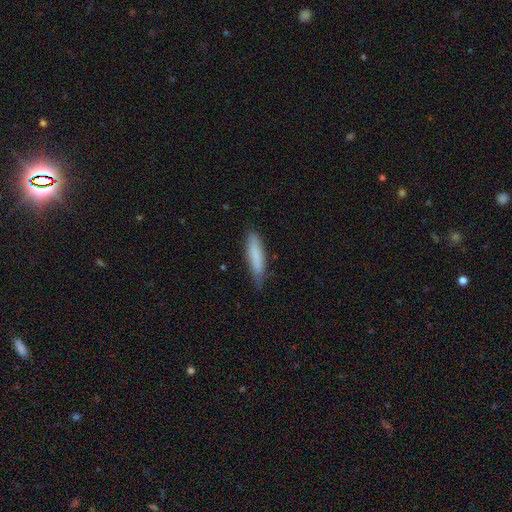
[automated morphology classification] smooth-or-featured: smooth: 82% | featured or disk: 12% | star or artifact: 6%
  how-rounded: cigar-shaped: 80% | in between: 19% | round: 1%
  merging: none: 72% | minor disturbance: 23% | major disturbance: 4% | merger: 1%